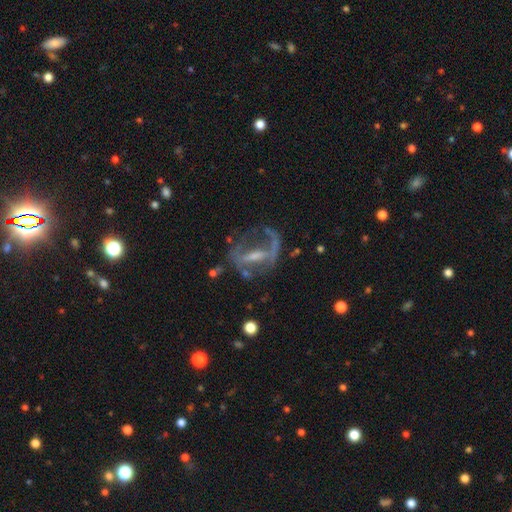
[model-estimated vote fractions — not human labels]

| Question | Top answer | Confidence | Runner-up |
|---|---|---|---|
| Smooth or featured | featured or disk | 74% | smooth (14%) |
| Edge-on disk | no | 90% | yes (10%) |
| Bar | strong | 40% | weak (38%) |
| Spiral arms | yes | 67% | no (33%) |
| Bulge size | small | 38% | moderate (32%) |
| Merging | none | 41% | major disturbance (37%) |